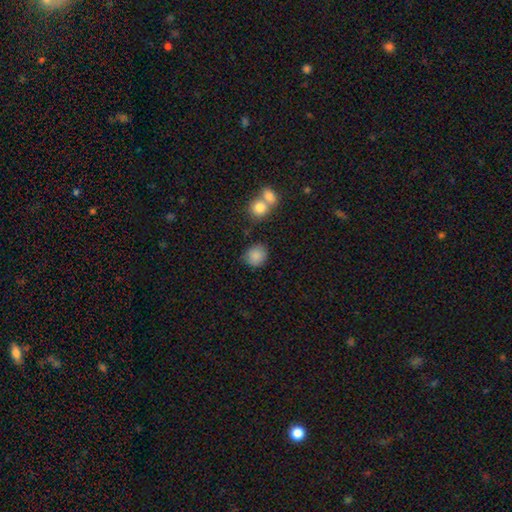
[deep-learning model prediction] The model was most divided on "how rounded": round: 75%, in between: 24%, cigar-shaped: 1%. More confident: smooth or featured — smooth (86%); merging — none (69%).